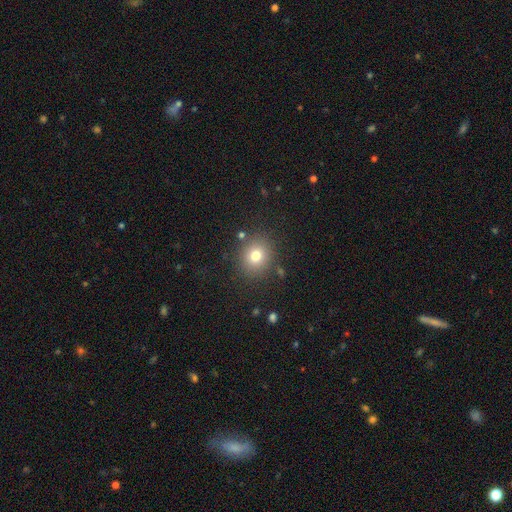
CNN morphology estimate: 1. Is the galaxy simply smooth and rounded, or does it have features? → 75% smooth, 15% star or artifact, 10% featured or disk.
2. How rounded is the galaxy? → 82% round, 18% in between, 1% cigar-shaped.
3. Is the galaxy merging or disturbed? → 85% none, 8% minor disturbance, 4% major disturbance, 3% merger.